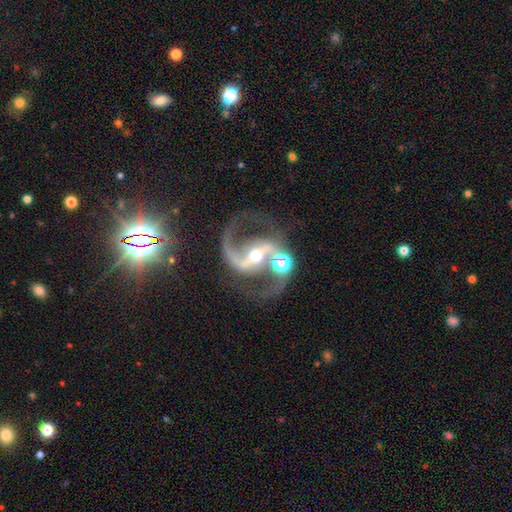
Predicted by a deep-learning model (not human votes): A featured or disk galaxy (90%) with a strong bar (65%), 2 (93%) medium (58%) spiral arms (97%) and a moderate central bulge (63%). Merging: none (63%).